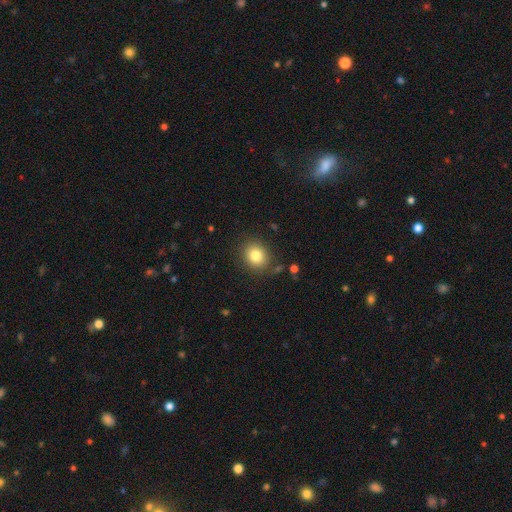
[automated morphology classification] A smooth galaxy with no disk features (82%) that is round (74%). Merging: none (86%).